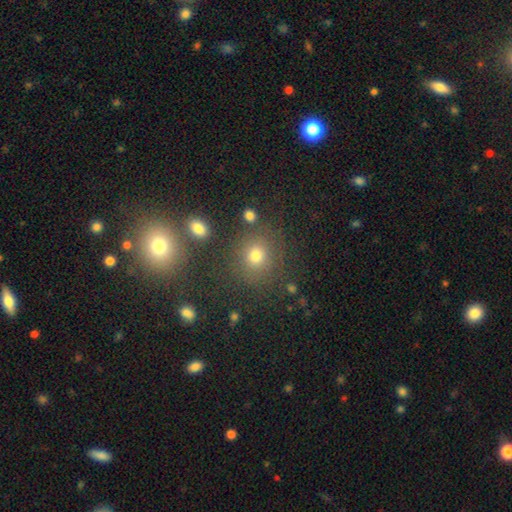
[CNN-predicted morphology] smooth 71%, star or artifact 20%, featured or disk 9%. Down the decision tree: how rounded — round (80%); merging — none (80%).